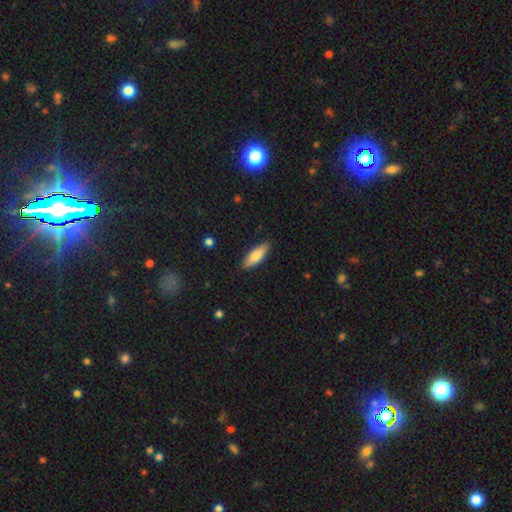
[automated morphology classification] Smooth or featured?
  - smooth: 78% *
  - featured or disk: 16%
  - star or artifact: 6%
How rounded?
  - in between: 59% *
  - cigar-shaped: 39%
  - round: 2%
Merging?
  - none: 88% *
  - minor disturbance: 9%
  - major disturbance: 2%
  - merger: 1%